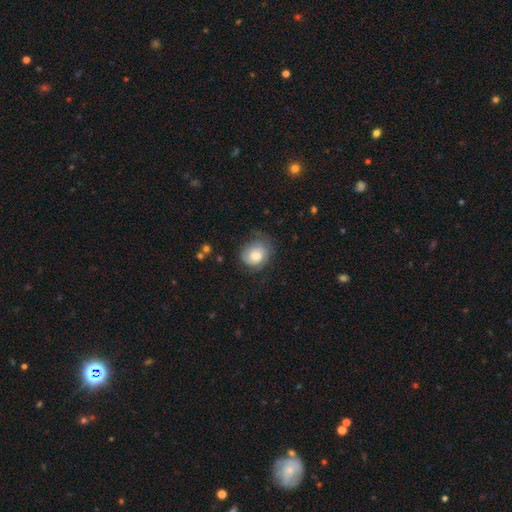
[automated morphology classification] Smooth or featured? smooth (62%)
How rounded? round (66%)
Merging? none (59%)